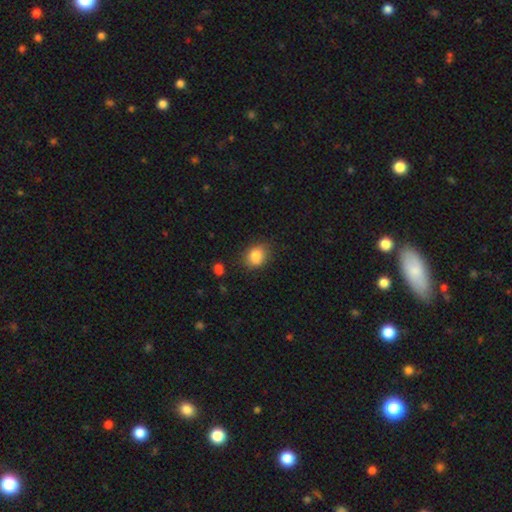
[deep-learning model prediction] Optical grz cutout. It shows a smooth galaxy with no disk features (84%) that is in between round and cigar-shaped (52%). Merging: none (74%).